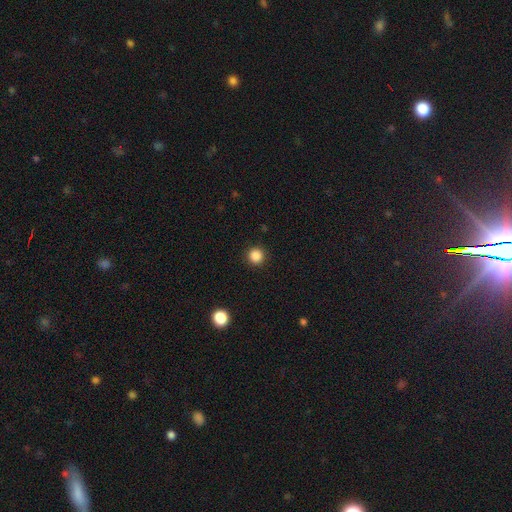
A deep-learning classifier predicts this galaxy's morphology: Smooth or featured? Predicted: smooth (p=0.86). How rounded? Predicted: round (p=0.95). Merging? Predicted: none (p=0.92).